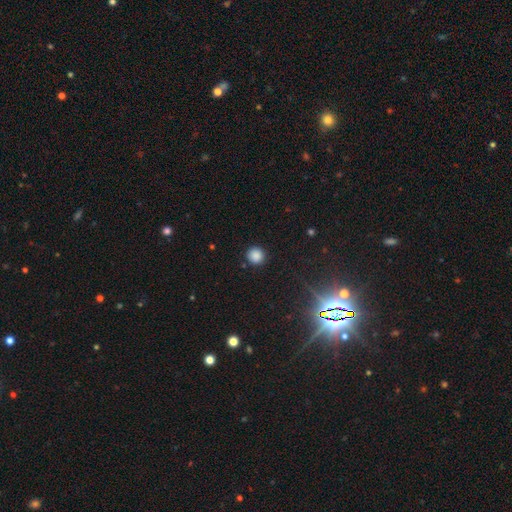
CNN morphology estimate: A smooth galaxy with no disk features (85%) that is round (93%).

Vote fractions:
- Smooth or featured? smooth: 85% / star or artifact: 12% / featured or disk: 3%
- How rounded? round: 93% / in between: 6% / cigar-shaped: 1%
- Merging? none: 90% / minor disturbance: 6% / major disturbance: 2% / merger: 1%